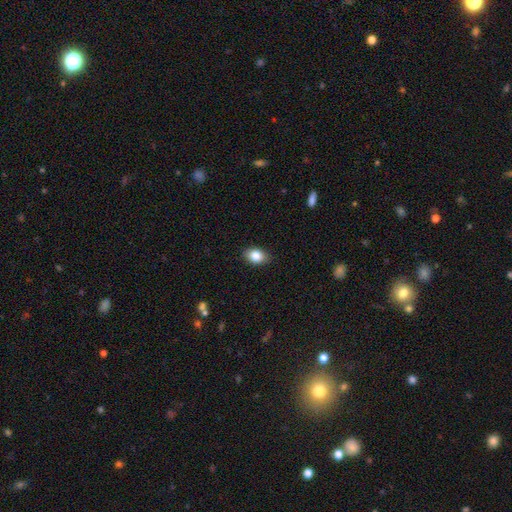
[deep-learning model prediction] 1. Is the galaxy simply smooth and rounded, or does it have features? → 83% smooth, 8% star or artifact, 8% featured or disk.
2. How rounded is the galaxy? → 80% in between, 19% round, 2% cigar-shaped.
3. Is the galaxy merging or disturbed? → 86% none, 11% minor disturbance, 2% major disturbance, 1% merger.